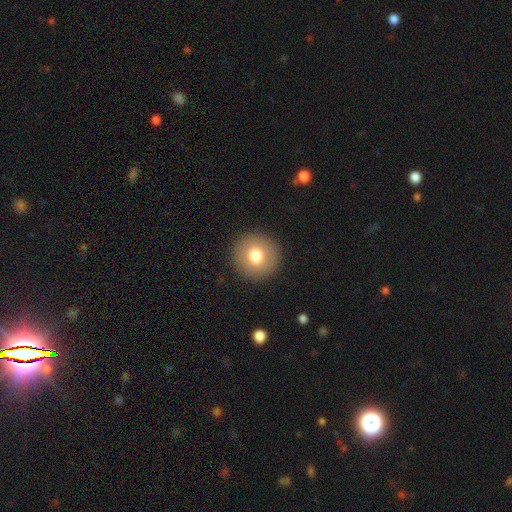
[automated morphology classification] smooth 75%, featured or disk 15%, star or artifact 10%. Down the decision tree: how rounded — round (95%); merging — none (91%).